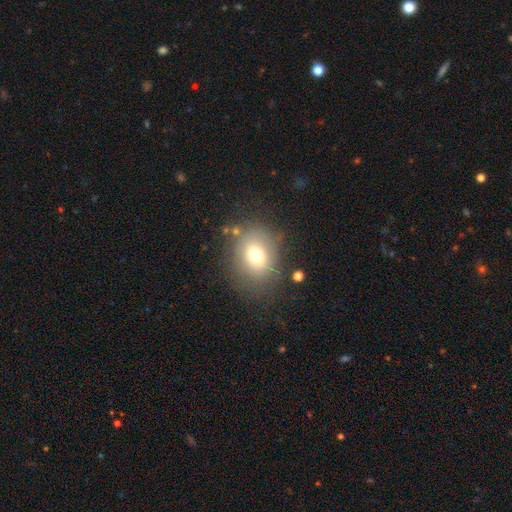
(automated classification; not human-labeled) smooth 68%, featured or disk 18%, star or artifact 13%. Down the decision tree: how rounded — round (52%); merging — none (72%).